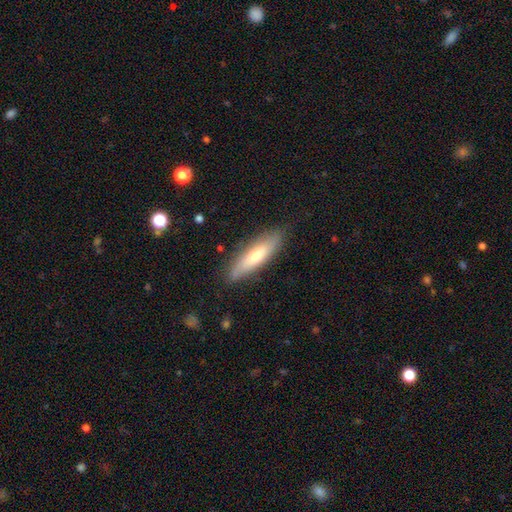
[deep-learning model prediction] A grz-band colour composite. It shows a smooth galaxy with no disk features (63%) that is cigar-shaped (65%). Merging: none (83%).